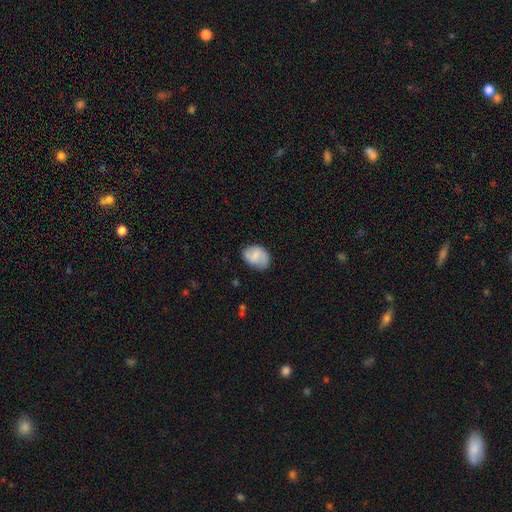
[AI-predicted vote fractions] This appears to be a smooth galaxy with no disk features (59%) that is in between round and cigar-shaped (68%). Merging: none (72%).